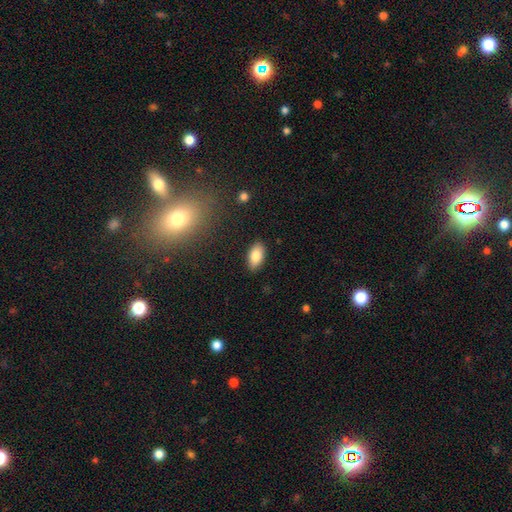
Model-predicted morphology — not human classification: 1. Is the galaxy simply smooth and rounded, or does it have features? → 82% smooth, 10% featured or disk, 8% star or artifact.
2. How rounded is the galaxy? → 93% in between, 4% round, 3% cigar-shaped.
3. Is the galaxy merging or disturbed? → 88% none, 9% minor disturbance, 2% major disturbance, 1% merger.